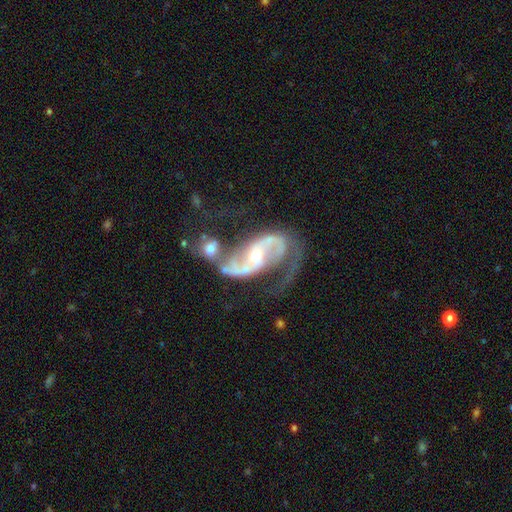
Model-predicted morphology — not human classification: This appears to be a featured or disk galaxy (91%) with a weak bar (38%), 2 (90%) medium (46%) spiral arms (97%) and a small central bulge (49%). Merging: none (36%).